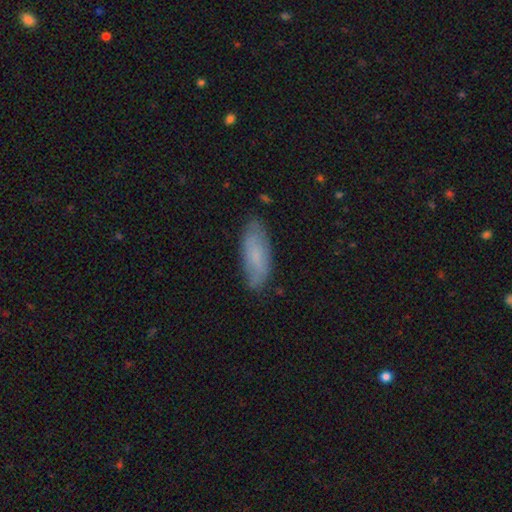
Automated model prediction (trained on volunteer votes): This is likely a smooth galaxy (62%). How rounded: likely in between (63%). Merging: clearly none (81%).